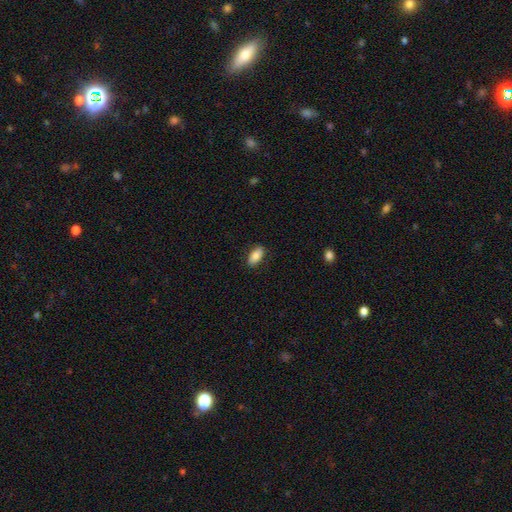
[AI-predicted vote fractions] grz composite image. It shows a smooth galaxy with no disk features (84%) that is in between round and cigar-shaped (89%). Merging: none (87%).